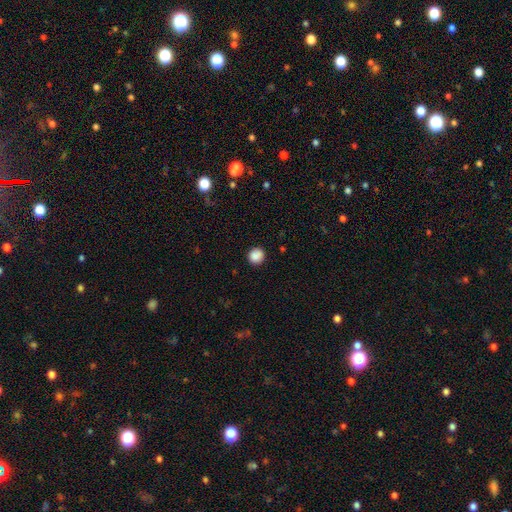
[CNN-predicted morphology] smooth_or_featured: smooth (p=0.88) [alt: star or artifact p=0.09]
how_rounded: round (p=0.91) [alt: in between p=0.08]
merging: none (p=0.90) [alt: minor disturbance p=0.07]